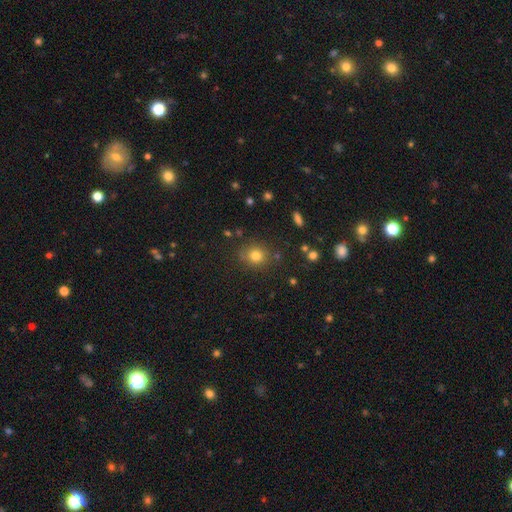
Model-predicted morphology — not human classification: A smooth galaxy with no disk features (78%) that is round (79%).

Vote fractions:
- Smooth or featured? smooth: 78% / star or artifact: 15% / featured or disk: 7%
- How rounded? round: 79% / in between: 20% / cigar-shaped: 1%
- Merging? none: 82% / minor disturbance: 11% / major disturbance: 4% / merger: 3%